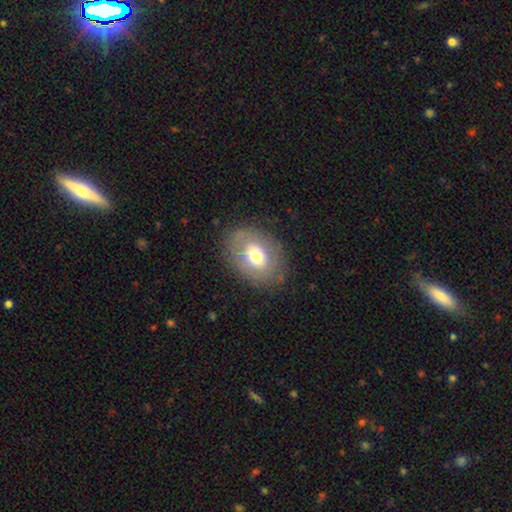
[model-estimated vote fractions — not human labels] smooth_or_featured: smooth (p=0.62) [alt: featured or disk p=0.29]
how_rounded: in between (p=0.67) [alt: round p=0.32]
merging: none (p=0.79) [alt: minor disturbance p=0.14]